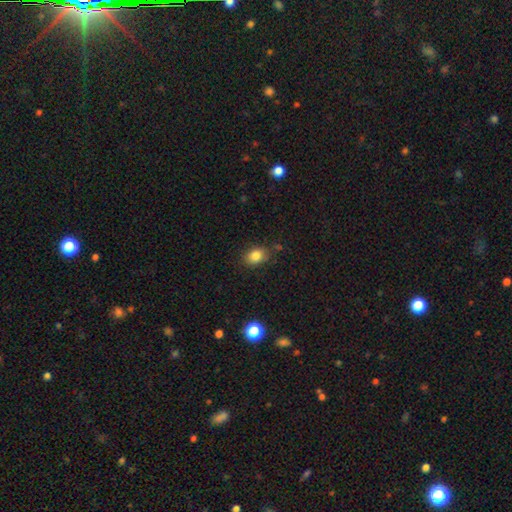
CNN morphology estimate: Q: Smooth or featured?
A: smooth (84%); runner-up: star or artifact (10%)
Q: How rounded?
A: in between (68%); runner-up: round (31%)
Q: Merging?
A: none (78%); runner-up: minor disturbance (15%)